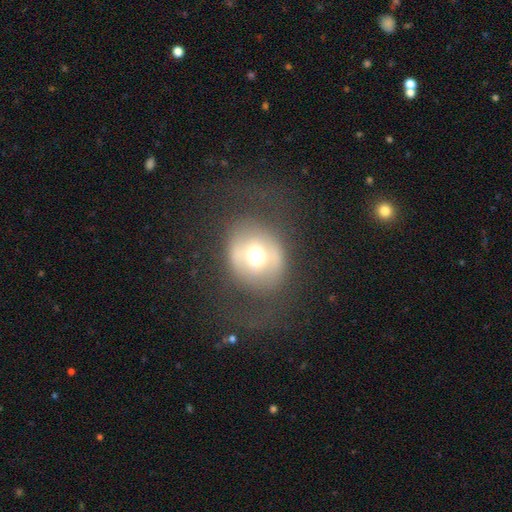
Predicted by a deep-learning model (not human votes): smooth 47%, featured or disk 43%, star or artifact 10%. Down the decision tree: merging — none (61%).